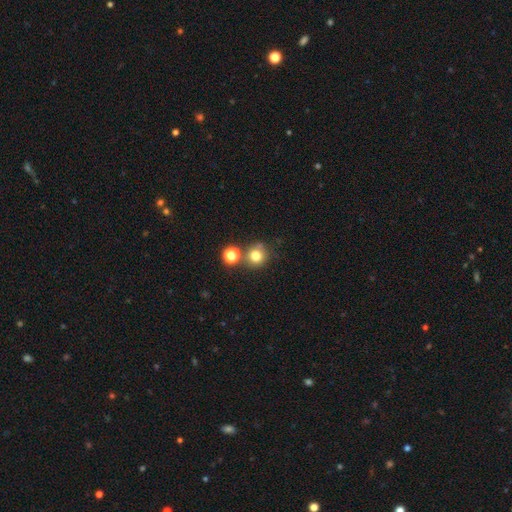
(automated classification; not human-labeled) The model was most divided on "merging": none: 66%, merger: 20%, minor disturbance: 10%, major disturbance: 4%. More confident: how rounded — round (89%); smooth or featured — smooth (77%).